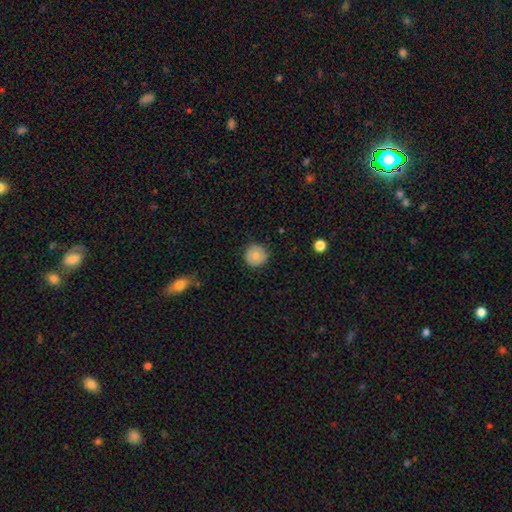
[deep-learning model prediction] smooth-or-featured: smooth: 76% | featured or disk: 16% | star or artifact: 8%
  how-rounded: round: 94% | in between: 5% | cigar-shaped: 1%
  merging: none: 86% | minor disturbance: 11% | major disturbance: 2% | merger: 1%